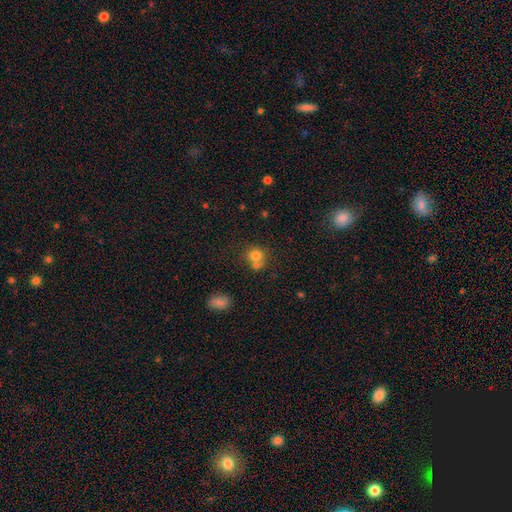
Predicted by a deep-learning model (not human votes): This is likely a smooth galaxy (76%). How rounded: clearly round (83%). Merging: possibly none (49%).